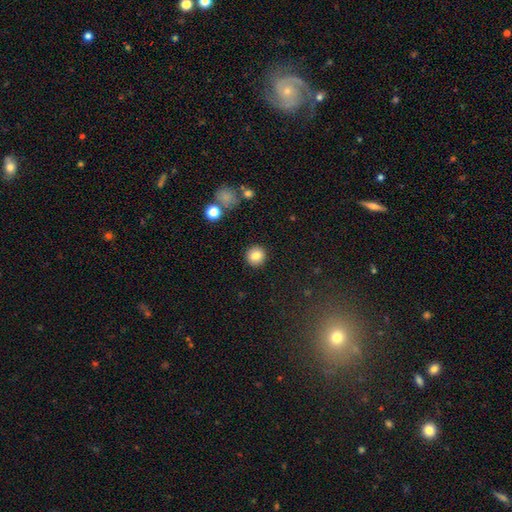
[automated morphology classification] type=smooth (84%); roundness=round (92%); merging=none (91%).